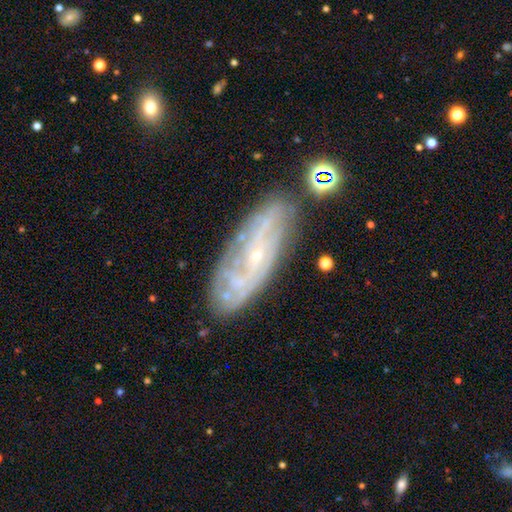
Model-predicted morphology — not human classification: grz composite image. It shows a featured or disk galaxy (78%) with no bar (67%), tight (62%) spiral arms (87%) and a small central bulge (86%). Merging: none (75%).